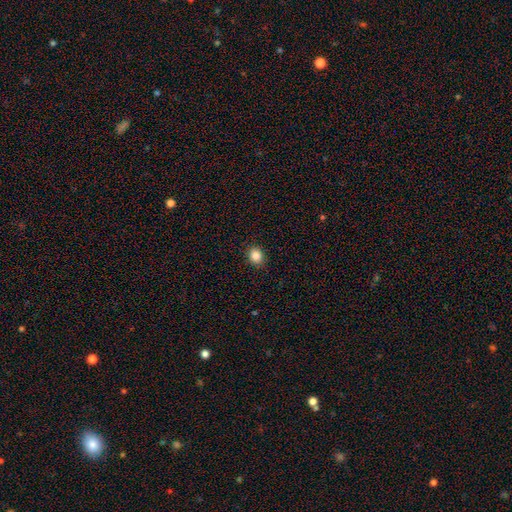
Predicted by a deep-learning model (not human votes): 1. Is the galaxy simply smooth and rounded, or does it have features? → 86% smooth, 10% star or artifact, 4% featured or disk.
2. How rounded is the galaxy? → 58% round, 41% in between, 1% cigar-shaped.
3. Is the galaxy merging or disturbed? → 90% none, 7% minor disturbance, 2% major disturbance, 1% merger.